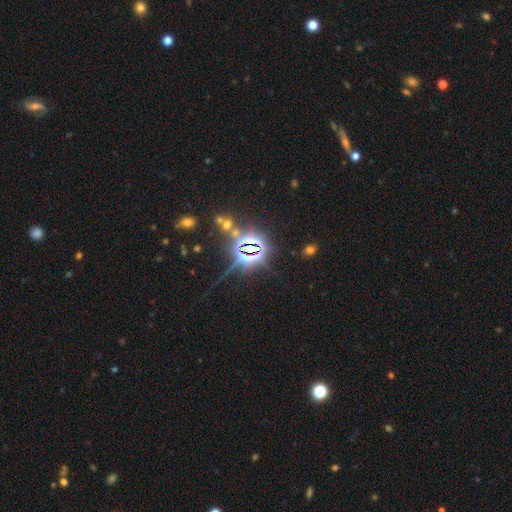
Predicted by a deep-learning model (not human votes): This is clearly a star or artifact rather than a galaxy (81%).